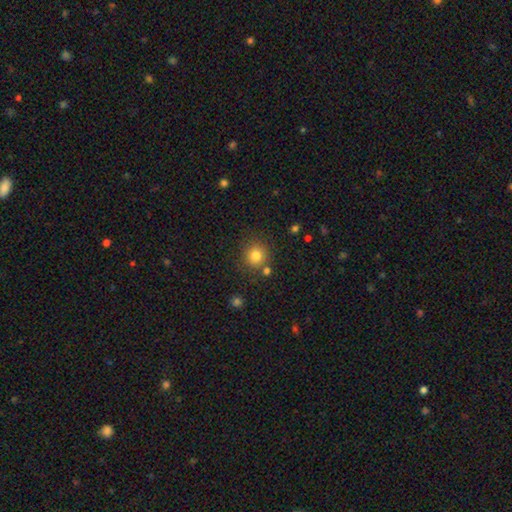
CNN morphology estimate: Smooth or featured? smooth (81%)
How rounded? round (91%)
Merging? none (80%)